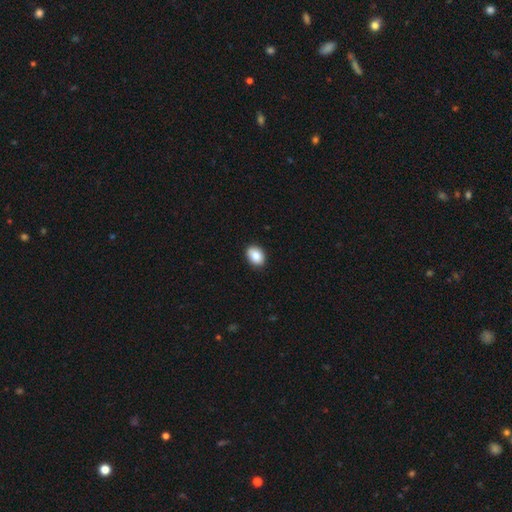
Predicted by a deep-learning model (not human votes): Smooth or featured? smooth (86%)
How rounded? in between (71%)
Merging? none (90%)